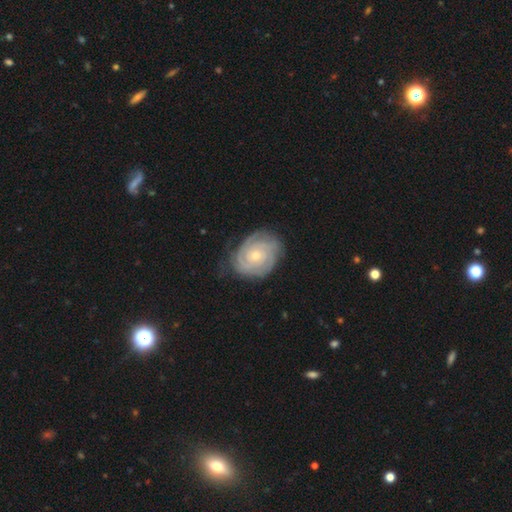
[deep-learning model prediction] smooth_or_featured: featured or disk (p=0.85) [alt: smooth p=0.10]
disk_edge_on: no (p=0.98) [alt: yes p=0.02]
bar: no (p=0.75) [alt: weak p=0.21]
has_spiral_arms: yes (p=0.97) [alt: no p=0.03]
spiral_winding: tight (p=0.80) [alt: medium p=0.17]
spiral_arm_count: can't tell (p=0.27) [alt: 2 p=0.26]
bulge_size: small (p=0.54) [alt: moderate p=0.43]
merging: none (p=0.75) [alt: minor disturbance p=0.18]